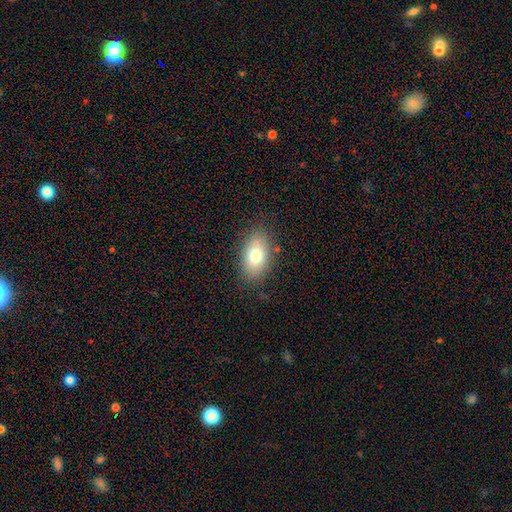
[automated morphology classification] Smooth or featured? smooth (76%)
How rounded? in between (89%)
Merging? none (81%)